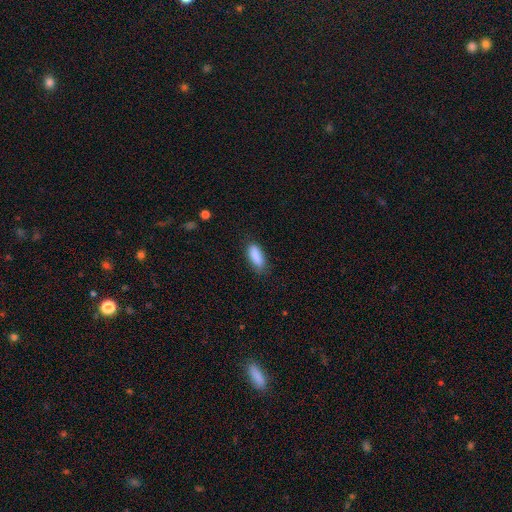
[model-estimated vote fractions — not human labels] Smooth or featured? Predicted: smooth (p=0.89). How rounded? Predicted: in between (p=0.76). Merging? Predicted: none (p=0.77).